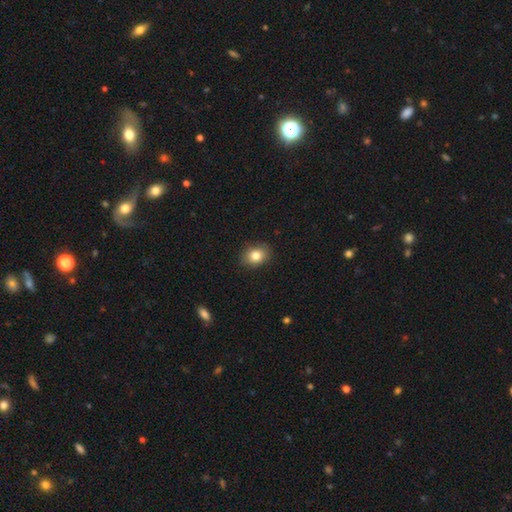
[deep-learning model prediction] Overall: smooth (83%). How rounded: in between (51%; round 48%). Merging: none (87%).